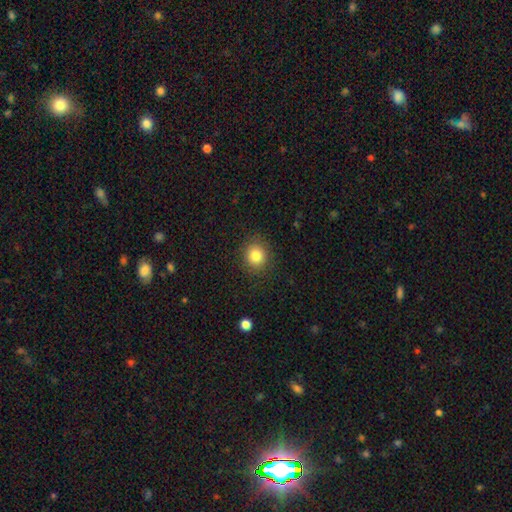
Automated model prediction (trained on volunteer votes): This appears to be a smooth galaxy with no disk features (83%) that is round (87%). Merging: none (89%).